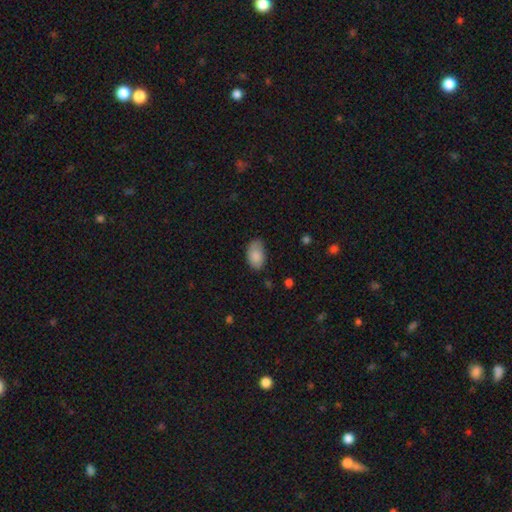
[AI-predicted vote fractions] smooth 85%, featured or disk 8%, star or artifact 7%. Down the decision tree: how rounded — in between (92%); merging — none (66%).